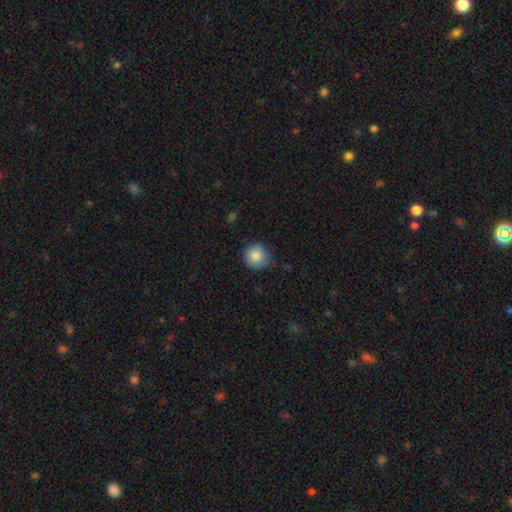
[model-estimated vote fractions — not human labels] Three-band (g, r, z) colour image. It shows a smooth galaxy with no disk features (85%) that is round (93%). Merging: none (76%).